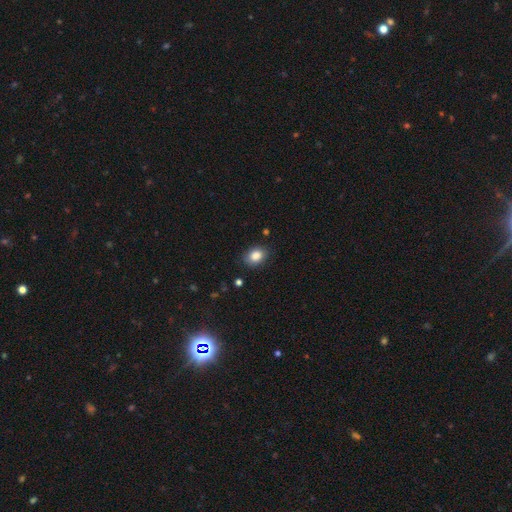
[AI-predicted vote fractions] Q: Smooth or featured?
A: smooth (86%); runner-up: star or artifact (9%)
Q: How rounded?
A: in between (63%); runner-up: round (36%)
Q: Merging?
A: none (83%); runner-up: minor disturbance (13%)